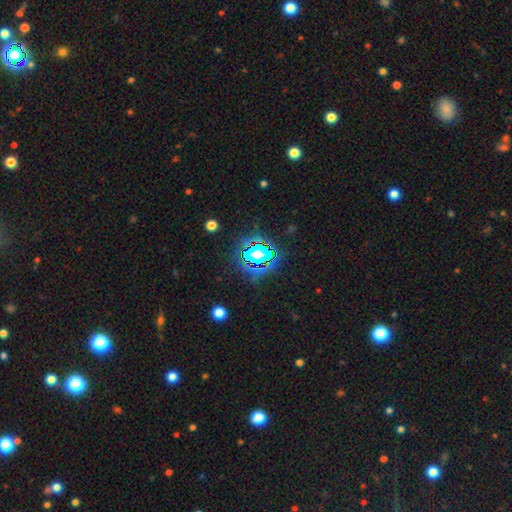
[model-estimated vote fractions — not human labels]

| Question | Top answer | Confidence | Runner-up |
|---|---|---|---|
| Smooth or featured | star or artifact | 80% | smooth (12%) |